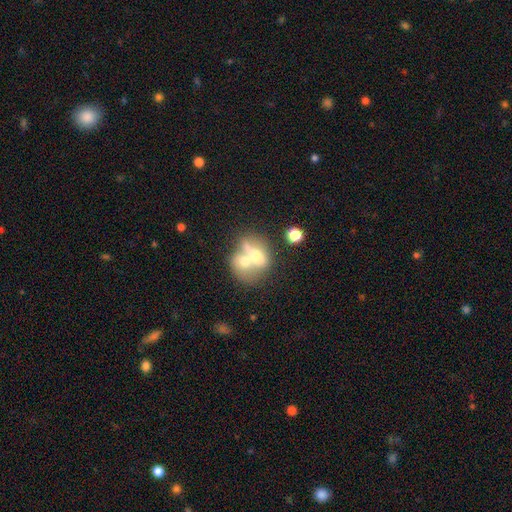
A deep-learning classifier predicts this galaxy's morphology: smooth_or_featured: smooth (p=0.60) [alt: featured or disk p=0.31]
how_rounded: round (p=0.50) [alt: in between p=0.48]
merging: merger (p=0.70) [alt: none p=0.18]